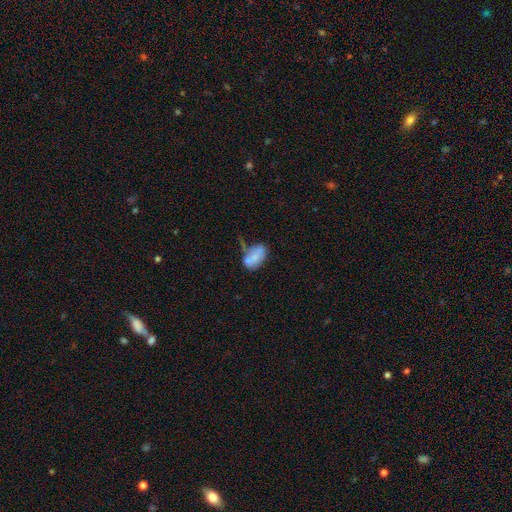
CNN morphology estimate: This is likely a smooth galaxy (65%). How rounded: clearly in between (87%). Merging: marginally merger (33%).